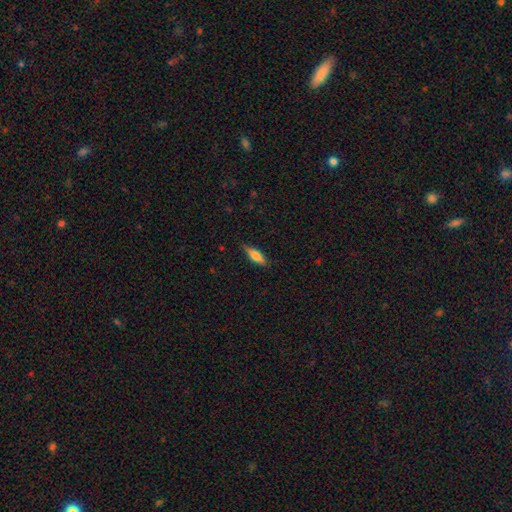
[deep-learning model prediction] This appears to be a smooth galaxy with no disk features (65%) that is cigar-shaped (55%). Merging: none (81%).